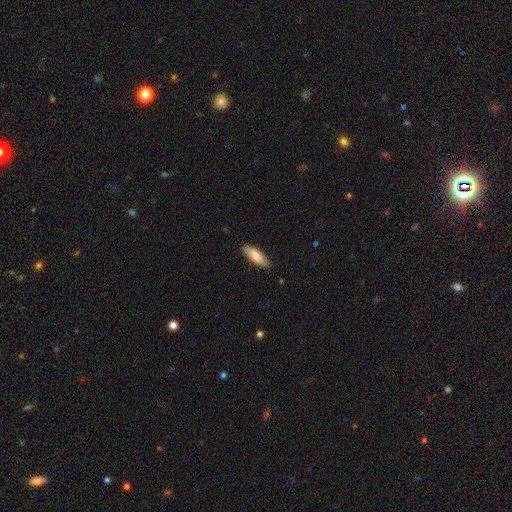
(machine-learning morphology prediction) type=smooth (84%); roundness=in between (52%); merging=none (85%).